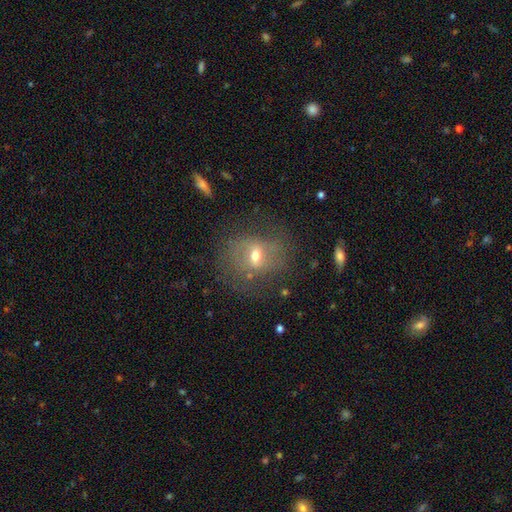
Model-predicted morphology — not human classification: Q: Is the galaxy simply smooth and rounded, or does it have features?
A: featured or disk — 45%.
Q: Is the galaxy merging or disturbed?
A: none — 58%.